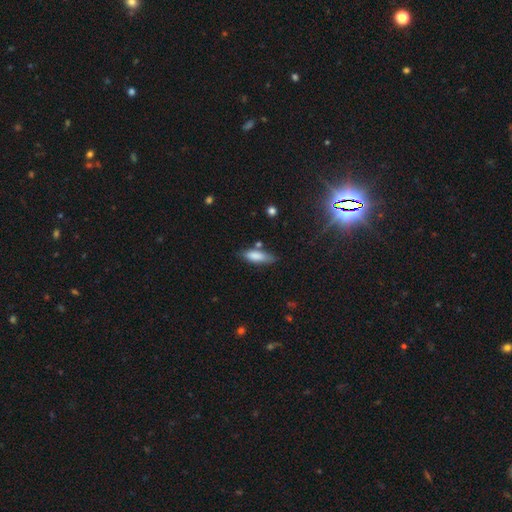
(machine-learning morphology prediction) Overall: smooth (81%). How rounded: in between (55%; cigar-shaped 43%). Merging: none (66%).